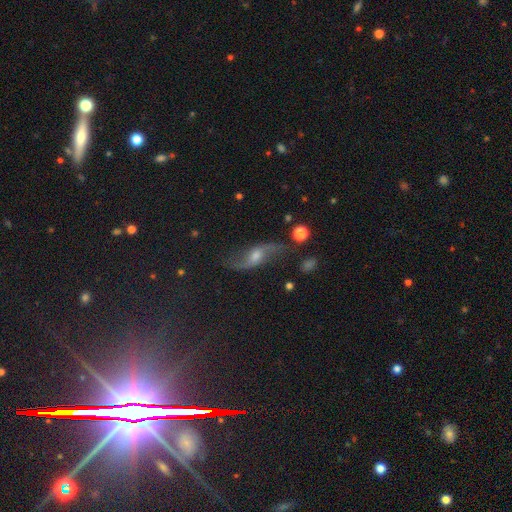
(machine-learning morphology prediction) Smooth or featured: featured or disk — 77% (star or artifact — 12%)
Edge-on disk: no — 89% (yes — 11%)
Bar: no — 51% (weak — 36%)
Spiral arms: yes — 93% (no — 7%)
Spiral winding: loose — 85% (medium — 11%)
Spiral arm count: 2 — 92% (can't tell — 3%)
Bulge size: moderate — 55% (small — 34%)
Merging: none — 73% (minor disturbance — 15%)